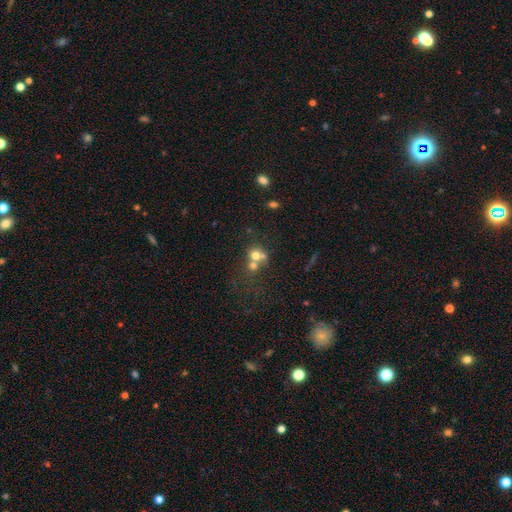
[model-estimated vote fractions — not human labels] A smooth galaxy with no disk features (65%) that is round (78%). Merging: merger (55%).